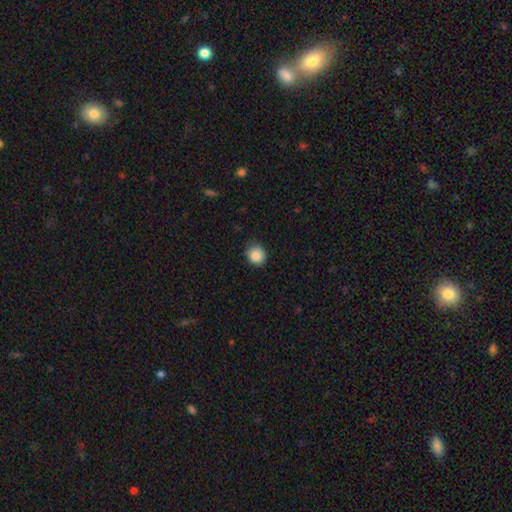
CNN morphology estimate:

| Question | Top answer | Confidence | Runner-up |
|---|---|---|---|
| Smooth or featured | smooth | 86% | star or artifact (10%) |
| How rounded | round | 83% | in between (16%) |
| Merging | none | 80% | minor disturbance (16%) |